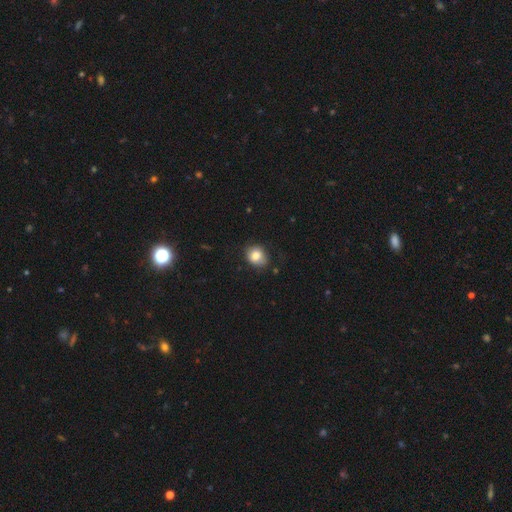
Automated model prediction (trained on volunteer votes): Q: Smooth or featured?
A: smooth (81%); runner-up: featured or disk (10%)
Q: How rounded?
A: round (57%); runner-up: in between (42%)
Q: Merging?
A: none (73%); runner-up: minor disturbance (21%)